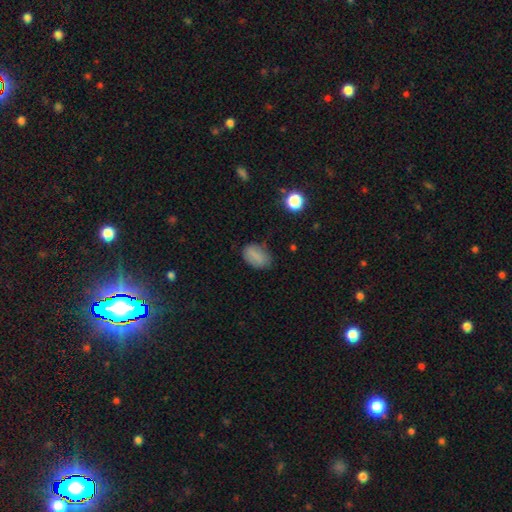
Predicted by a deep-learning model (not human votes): Smooth or featured? Predicted: smooth (p=0.82). How rounded? Predicted: in between (p=0.86). Merging? Predicted: none (p=0.70).